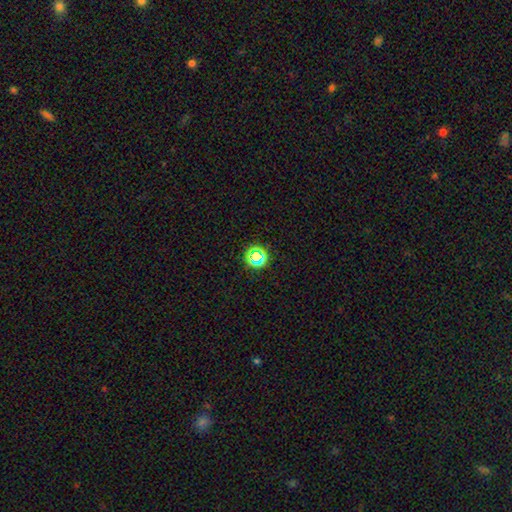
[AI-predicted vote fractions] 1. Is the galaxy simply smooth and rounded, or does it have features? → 60% star or artifact, 30% smooth, 11% featured or disk.